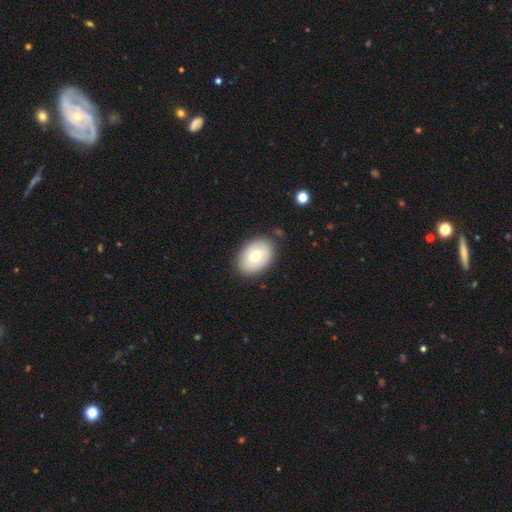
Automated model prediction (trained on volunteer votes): The model was most divided on "smooth or featured": smooth: 64%, featured or disk: 29%, star or artifact: 7%. More confident: merging — none (84%); how rounded — in between (81%).